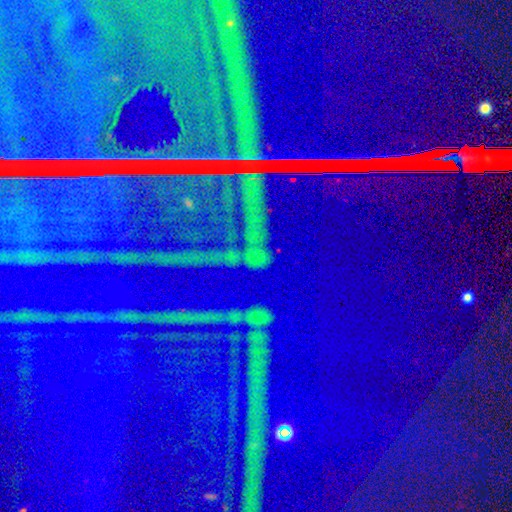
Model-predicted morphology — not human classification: Overall: star or artifact (85%).